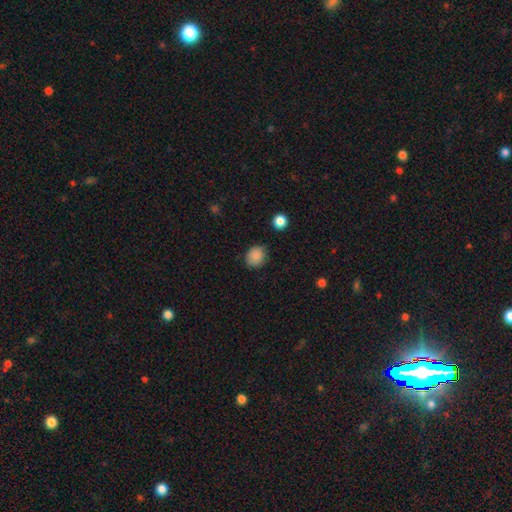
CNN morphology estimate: This is clearly a smooth galaxy (87%). How rounded: likely round (64%). Merging: clearly none (81%).